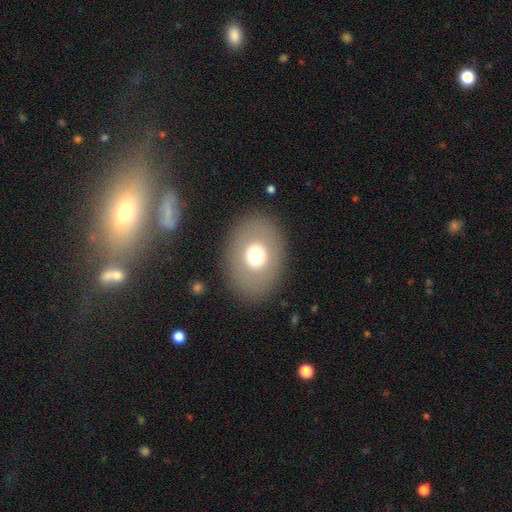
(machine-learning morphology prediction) smooth 65%, featured or disk 26%, star or artifact 9%. Down the decision tree: how rounded — in between (65%); merging — none (87%).